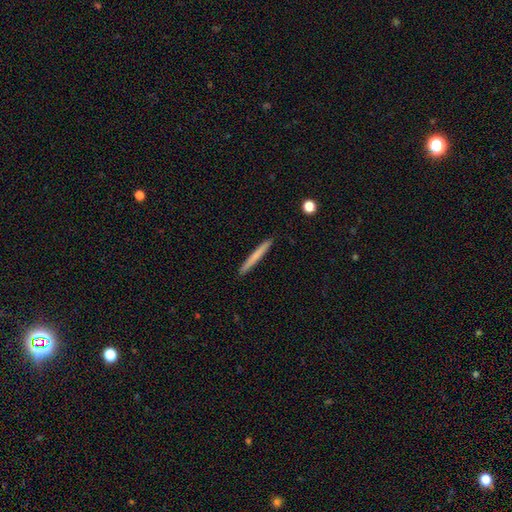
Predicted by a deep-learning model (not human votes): smooth-or-featured: smooth: 68% | featured or disk: 26% | star or artifact: 5%
  how-rounded: cigar-shaped: 97% | in between: 2% | round: 1%
  merging: none: 92% | minor disturbance: 5% | major disturbance: 1% | merger: 1%